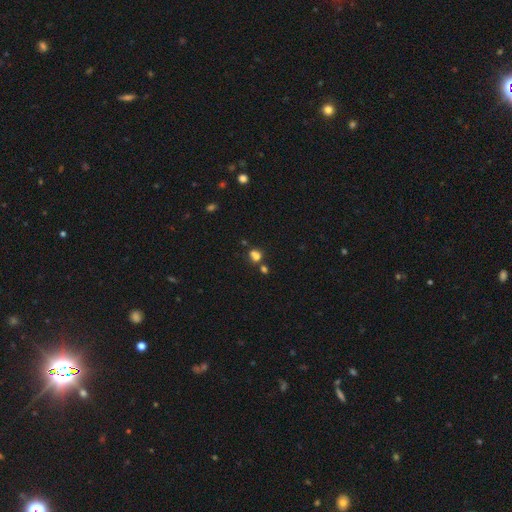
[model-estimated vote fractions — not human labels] Q: Smooth or featured?
A: smooth (70%); runner-up: star or artifact (20%)
Q: How rounded?
A: round (56%); runner-up: in between (42%)
Q: Merging?
A: none (45%); runner-up: merger (37%)